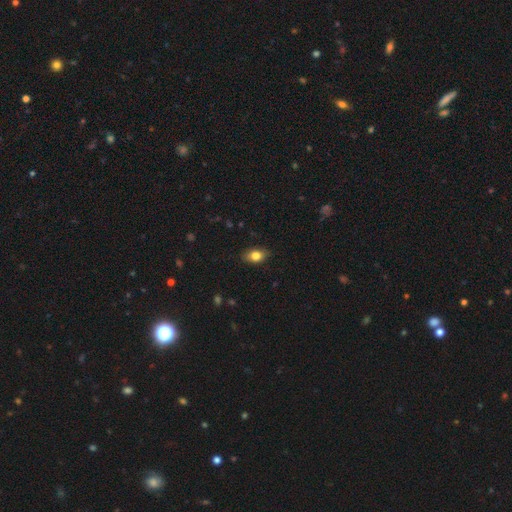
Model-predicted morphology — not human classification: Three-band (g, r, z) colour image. It shows a smooth galaxy with no disk features (81%) that is in between round and cigar-shaped (82%). Merging: none (84%).